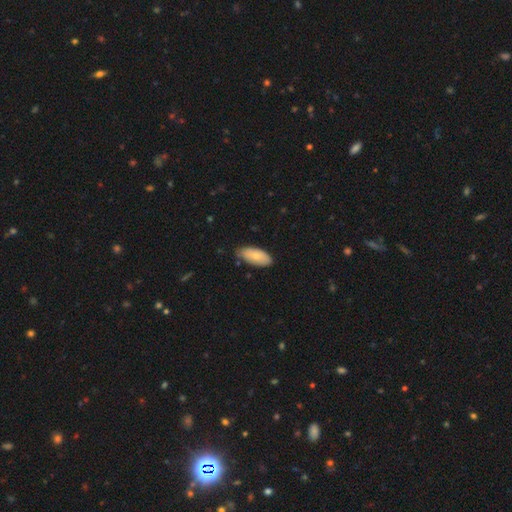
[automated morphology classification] smooth-or-featured: smooth: 78% | featured or disk: 16% | star or artifact: 6%
  how-rounded: in between: 90% | cigar-shaped: 8% | round: 2%
  merging: none: 76% | minor disturbance: 20% | major disturbance: 3% | merger: 2%